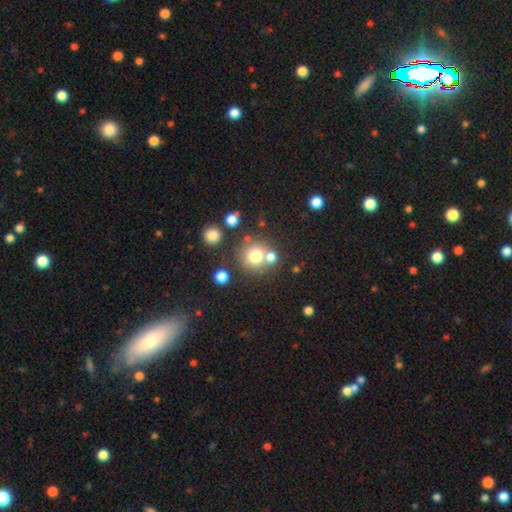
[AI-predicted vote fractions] Smooth or featured: smooth — 72% (star or artifact — 15%)
How rounded: round — 90% (in between — 9%)
Merging: none — 64% (merger — 22%)